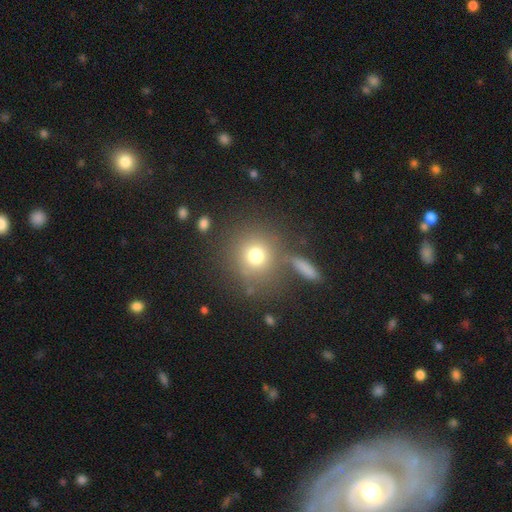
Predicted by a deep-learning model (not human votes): smooth-or-featured: smooth: 74% | star or artifact: 14% | featured or disk: 12%
  how-rounded: round: 88% | in between: 10% | cigar-shaped: 1%
  merging: none: 71% | merger: 11% | minor disturbance: 11% | major disturbance: 7%